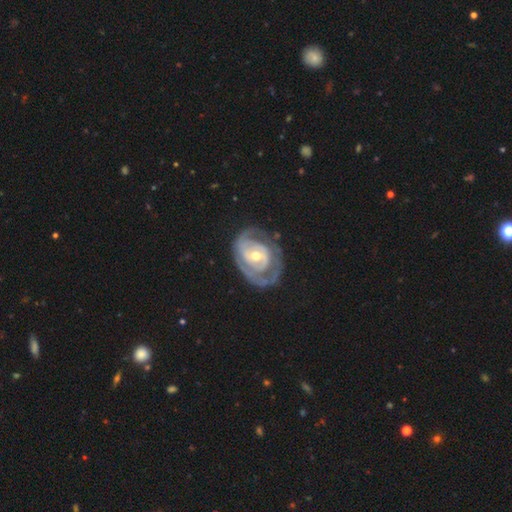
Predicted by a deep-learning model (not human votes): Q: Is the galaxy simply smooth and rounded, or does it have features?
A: featured or disk — 85%.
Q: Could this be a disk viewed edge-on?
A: no — 97%.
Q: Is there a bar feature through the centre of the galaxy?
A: no — 54%.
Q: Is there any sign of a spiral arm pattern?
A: yes — 85%.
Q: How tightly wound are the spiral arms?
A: tight — 61%.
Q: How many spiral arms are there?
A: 2 — 47%.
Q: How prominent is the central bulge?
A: moderate — 66%.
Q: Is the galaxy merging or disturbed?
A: none — 60%.